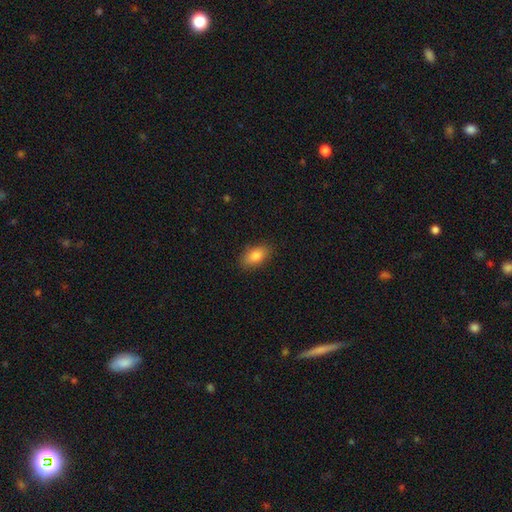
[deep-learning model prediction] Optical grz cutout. It shows a smooth galaxy with no disk features (83%) that is in between round and cigar-shaped (89%). Merging: none (86%).